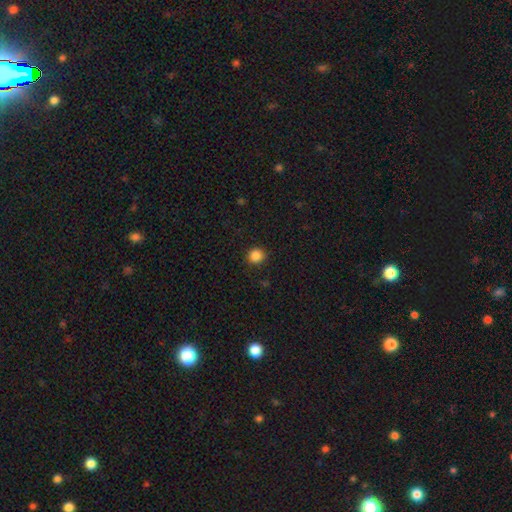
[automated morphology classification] Smooth or featured: smooth — 86% (star or artifact — 11%)
How rounded: round — 90% (in between — 9%)
Merging: none — 88% (minor disturbance — 8%)